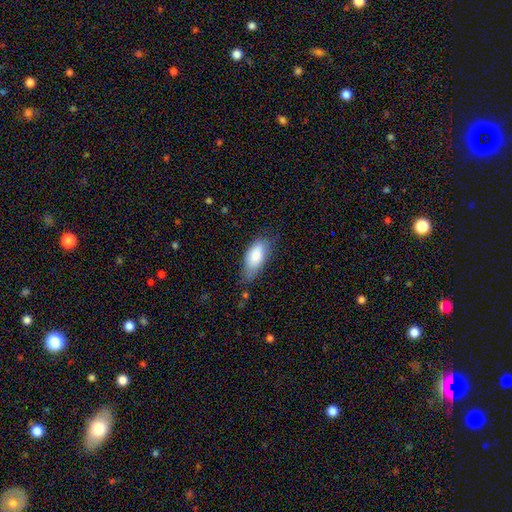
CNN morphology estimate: A smooth galaxy with no disk features (85%) that is in between round and cigar-shaped (88%). Merging: none (59%).